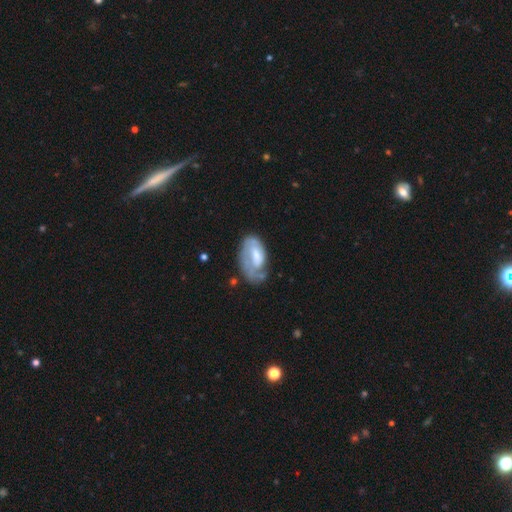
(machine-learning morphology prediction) A featured or disk galaxy (62%) with no bar (47%), spiral arms (78%) and a moderate central bulge (40%).

Vote fractions:
- Smooth or featured? featured or disk: 62% / smooth: 32% / star or artifact: 6%
- Edge-on disk? no: 95% / yes: 5%
- Bar? no: 47% / weak: 40% / strong: 13%
- Spiral arms? yes: 78% / no: 22%
- Bulge size? moderate: 40% / small: 31% / large: 14% / none: 13% / dominant: 2%
- Merging? none: 44% / minor disturbance: 28% / major disturbance: 24% / merger: 4%